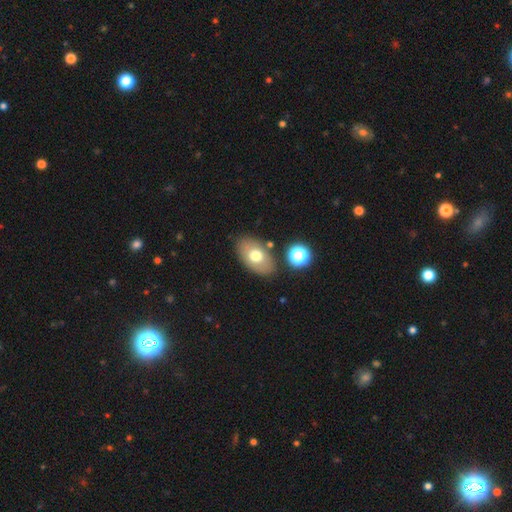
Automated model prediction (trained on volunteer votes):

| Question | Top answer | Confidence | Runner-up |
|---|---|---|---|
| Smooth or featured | smooth | 68% | featured or disk (24%) |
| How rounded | in between | 89% | round (10%) |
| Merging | none | 79% | minor disturbance (11%) |